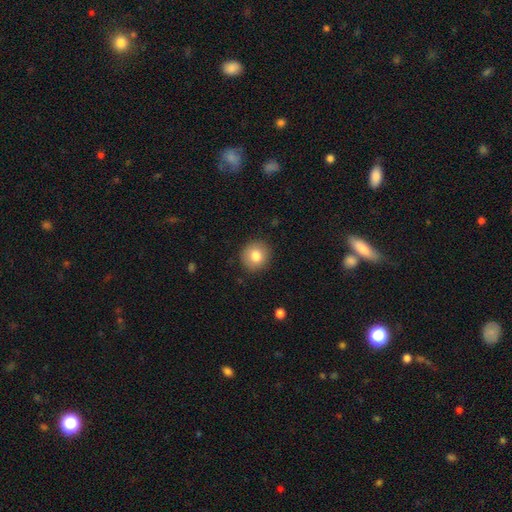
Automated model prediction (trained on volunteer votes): This appears to be a smooth galaxy with no disk features (81%) that is round (89%). Merging: none (89%).